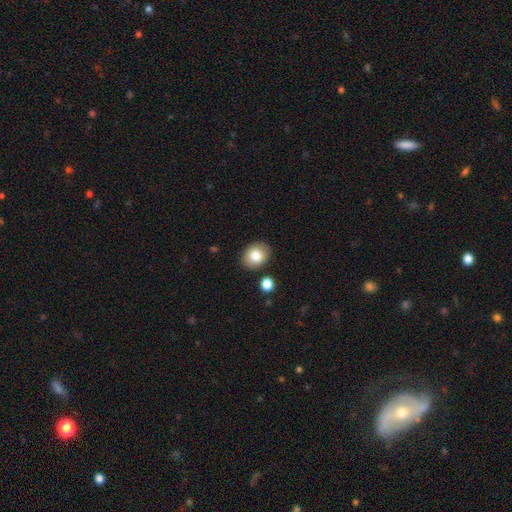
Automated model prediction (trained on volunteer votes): smooth-or-featured: smooth: 81% | featured or disk: 11% | star or artifact: 8%
  how-rounded: in between: 58% | round: 41% | cigar-shaped: 1%
  merging: none: 85% | minor disturbance: 9% | merger: 3% | major disturbance: 2%